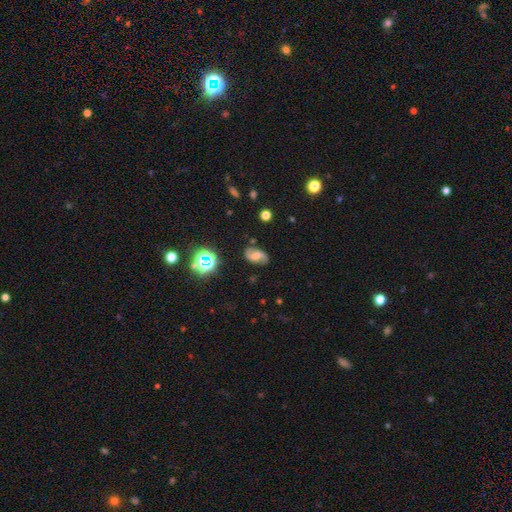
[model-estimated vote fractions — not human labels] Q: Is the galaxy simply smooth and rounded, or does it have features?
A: featured or disk — 71%.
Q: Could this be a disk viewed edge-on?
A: no — 97%.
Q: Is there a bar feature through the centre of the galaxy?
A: weak — 46%.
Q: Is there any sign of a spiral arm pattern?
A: yes — 92%.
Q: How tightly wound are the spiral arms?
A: medium — 43%.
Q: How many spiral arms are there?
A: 2 — 90%.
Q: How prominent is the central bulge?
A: moderate — 49%.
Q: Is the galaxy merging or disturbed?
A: none — 78%.